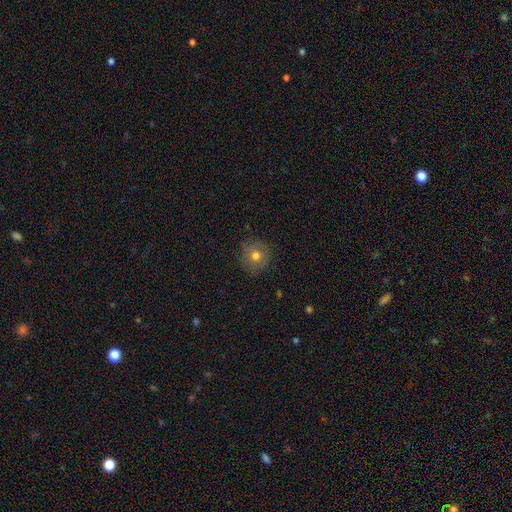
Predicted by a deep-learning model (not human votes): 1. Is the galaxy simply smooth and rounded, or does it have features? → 73% smooth, 15% featured or disk, 12% star or artifact.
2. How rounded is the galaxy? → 91% round, 8% in between, 1% cigar-shaped.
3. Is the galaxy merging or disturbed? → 84% none, 12% minor disturbance, 3% major disturbance, 1% merger.